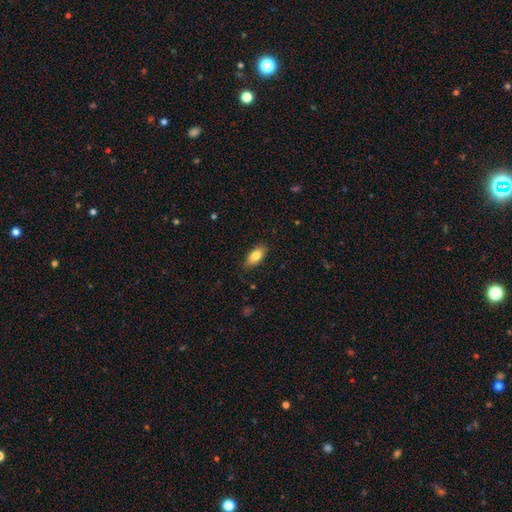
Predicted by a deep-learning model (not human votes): This is clearly a smooth galaxy (81%). How rounded: clearly in between (89%). Merging: clearly none (85%).